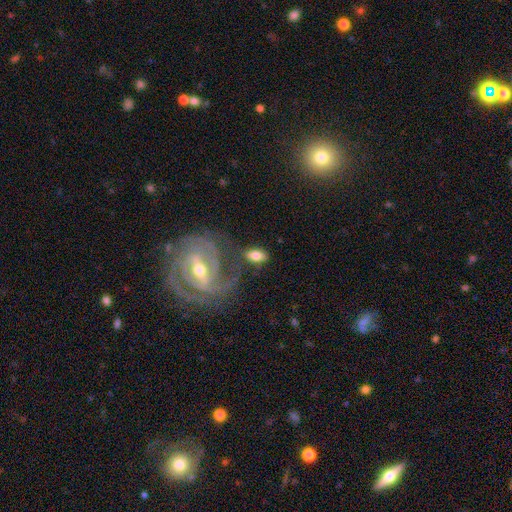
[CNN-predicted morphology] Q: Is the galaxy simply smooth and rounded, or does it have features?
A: smooth — 62%.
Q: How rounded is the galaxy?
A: in between — 89%.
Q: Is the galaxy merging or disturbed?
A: none — 64%.